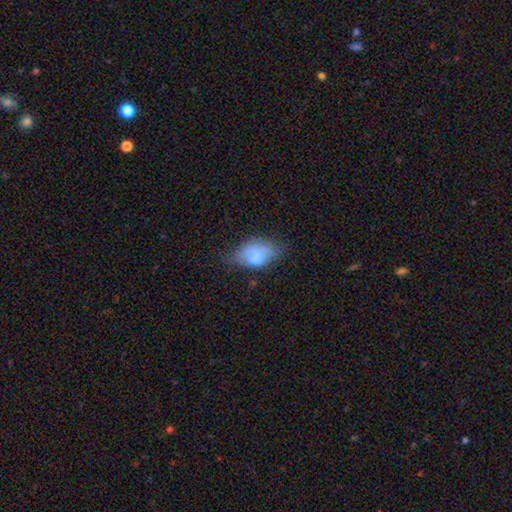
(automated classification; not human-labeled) A smooth galaxy with no disk features (71%) that is in between round and cigar-shaped (90%).

Vote fractions:
- Smooth or featured? smooth: 71% / featured or disk: 19% / star or artifact: 9%
- How rounded? in between: 90% / round: 8% / cigar-shaped: 2%
- Merging? none: 43% / minor disturbance: 36% / major disturbance: 15% / merger: 6%